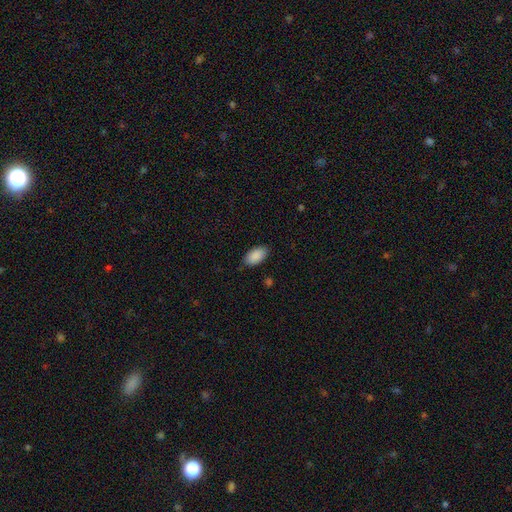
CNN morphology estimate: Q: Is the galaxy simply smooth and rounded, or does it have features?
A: smooth — 90%.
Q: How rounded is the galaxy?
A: in between — 95%.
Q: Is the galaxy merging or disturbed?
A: none — 84%.